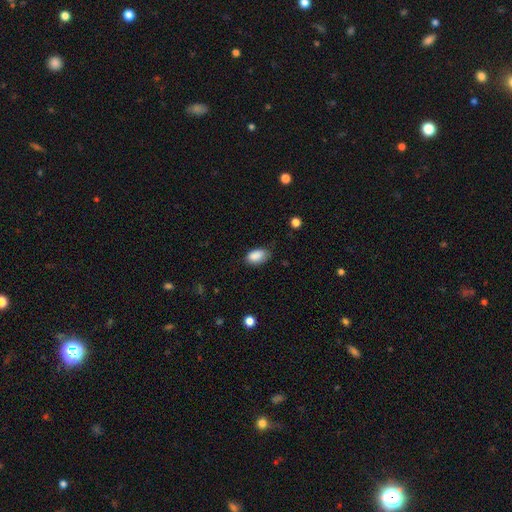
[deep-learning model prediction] Q: Smooth or featured?
A: smooth (88%); runner-up: star or artifact (8%)
Q: How rounded?
A: in between (92%); runner-up: round (6%)
Q: Merging?
A: none (67%); runner-up: minor disturbance (26%)